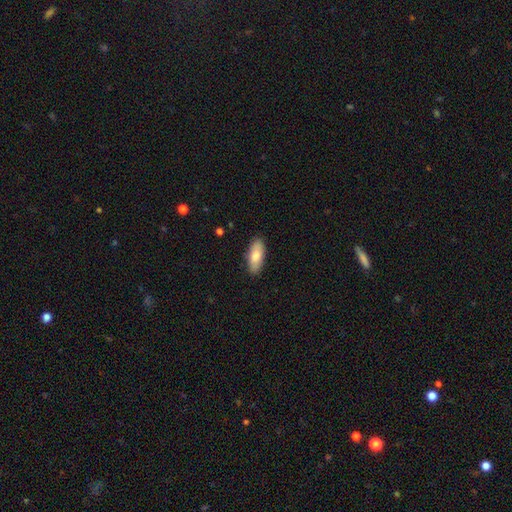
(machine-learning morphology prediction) smooth_or_featured: smooth (p=0.80) [alt: featured or disk p=0.14]
how_rounded: in between (p=0.80) [alt: cigar-shaped p=0.18]
merging: none (p=0.87) [alt: minor disturbance p=0.10]